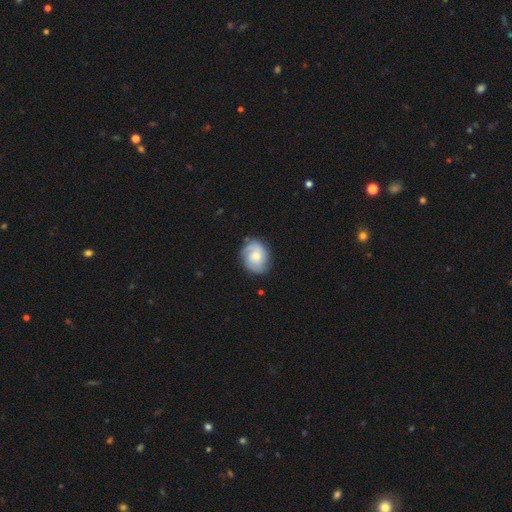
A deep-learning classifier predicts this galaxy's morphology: This appears to be a featured or disk galaxy (51%). Merging: none (71%).